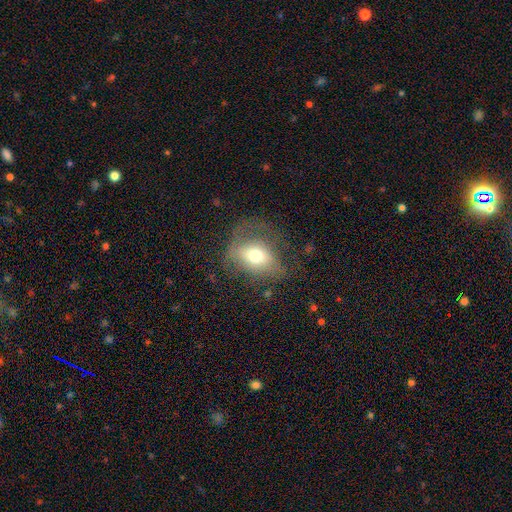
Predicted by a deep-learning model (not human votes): The model was most divided on "merging": none: 42%, major disturbance: 30%, minor disturbance: 25%, merger: 2%. More confident: how rounded — in between (62%); smooth or featured — smooth (58%).